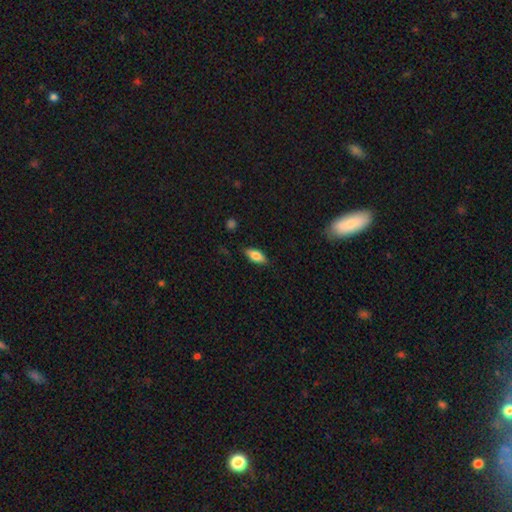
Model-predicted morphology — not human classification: Overall: smooth (77%). How rounded: in between (82%). Merging: none (84%).